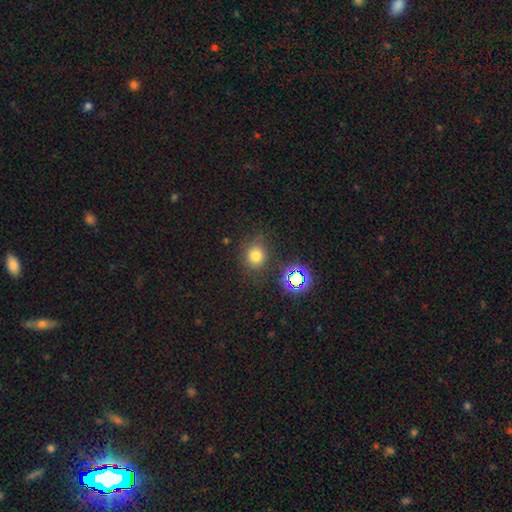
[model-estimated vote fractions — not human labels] Smooth or featured?
  - smooth: 72% *
  - star or artifact: 20%
  - featured or disk: 8%
How rounded?
  - round: 80% *
  - in between: 19%
  - cigar-shaped: 1%
Merging?
  - none: 78% *
  - minor disturbance: 13%
  - major disturbance: 5%
  - merger: 4%